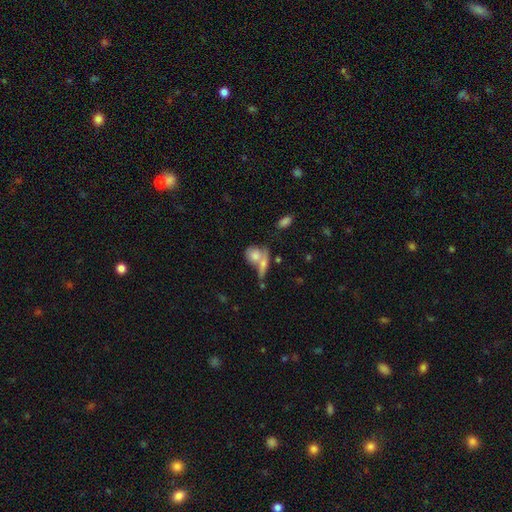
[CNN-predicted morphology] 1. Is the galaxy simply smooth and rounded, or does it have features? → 69% smooth, 22% featured or disk, 9% star or artifact.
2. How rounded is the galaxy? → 48% round, 43% in between, 9% cigar-shaped.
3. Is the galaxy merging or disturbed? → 47% merger, 34% none, 11% minor disturbance, 7% major disturbance.